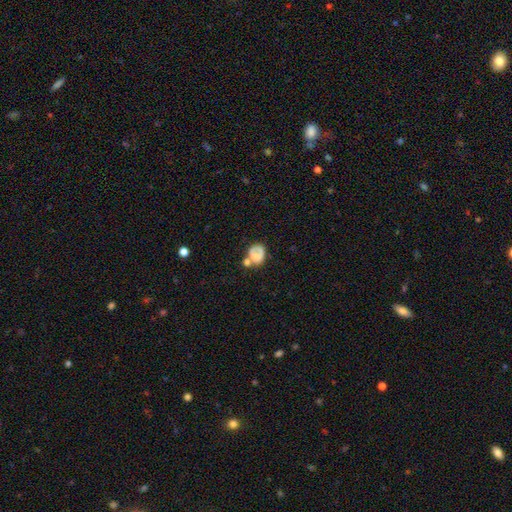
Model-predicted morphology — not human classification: A smooth galaxy with no disk features (55%) that is round (55%). Merging: none (36%).